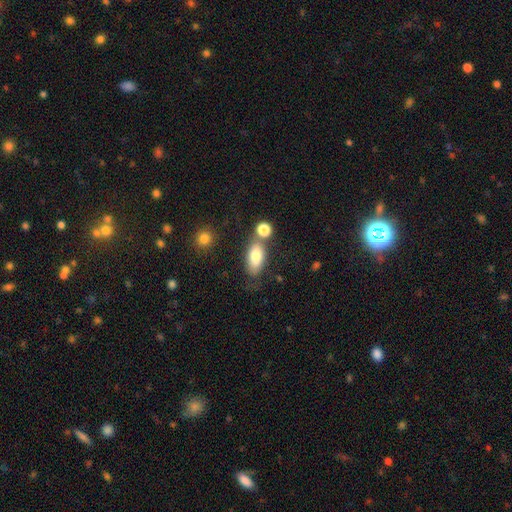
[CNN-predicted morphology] This appears to be a smooth galaxy with no disk features (78%) that is in between round and cigar-shaped (87%). Merging: none (56%).